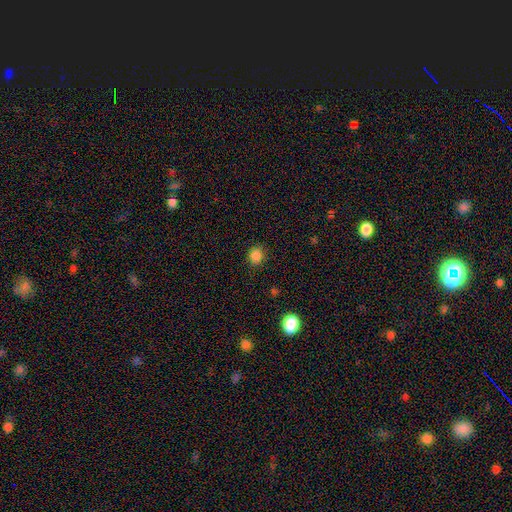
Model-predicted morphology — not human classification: smooth 85%, star or artifact 12%, featured or disk 3%. Down the decision tree: how rounded — round (78%); merging — none (88%).